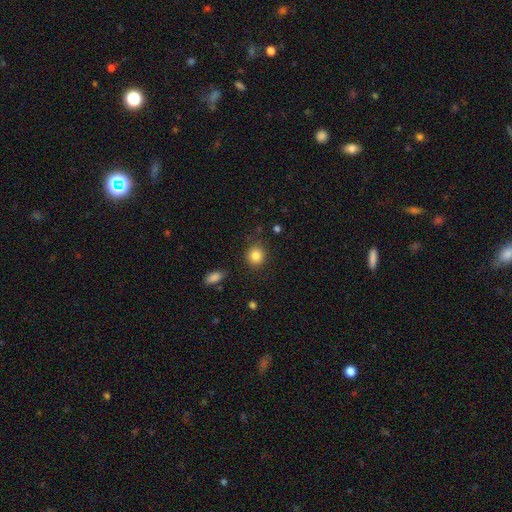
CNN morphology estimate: smooth 84%, star or artifact 10%, featured or disk 6%. Down the decision tree: how rounded — round (84%); merging — none (84%).